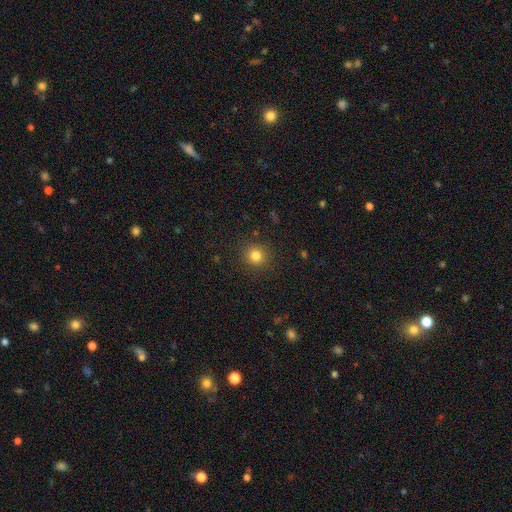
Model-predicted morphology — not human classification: type=smooth (81%); roundness=round (92%); merging=none (90%).